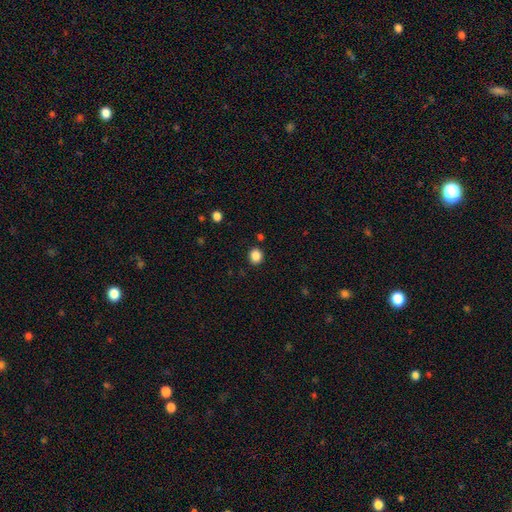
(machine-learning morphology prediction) Smooth or featured? Predicted: smooth (p=0.86). How rounded? Predicted: round (p=0.81). Merging? Predicted: none (p=0.88).